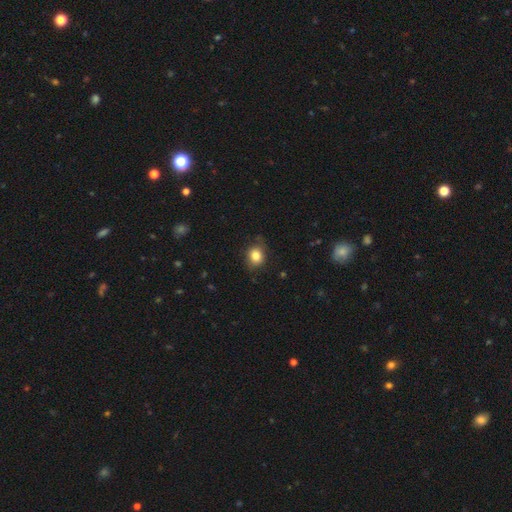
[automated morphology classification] This appears to be a smooth galaxy with no disk features (82%) that is round (65%). Merging: none (73%).